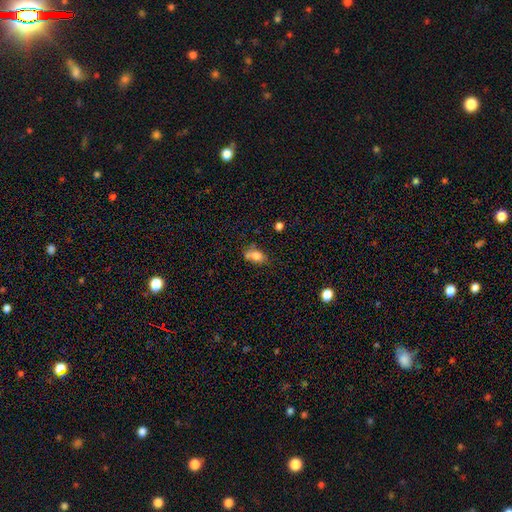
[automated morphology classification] The model was most divided on "merging": none: 47%, minor disturbance: 23%, merger: 21%, major disturbance: 9%. More confident: how rounded — in between (78%); smooth or featured — smooth (77%).